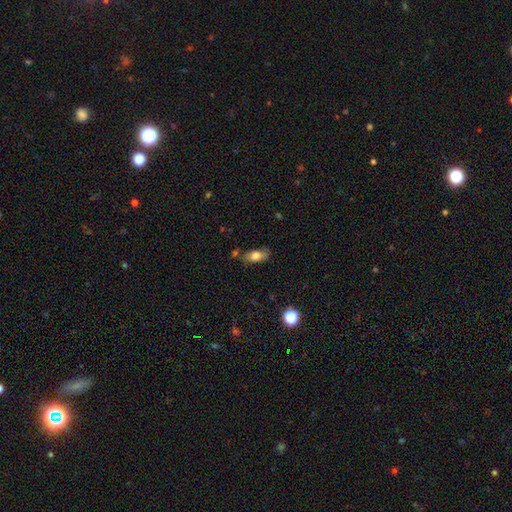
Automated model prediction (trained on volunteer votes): Q: Smooth or featured?
A: smooth (72%); runner-up: featured or disk (19%)
Q: How rounded?
A: in between (82%); runner-up: cigar-shaped (13%)
Q: Merging?
A: none (67%); runner-up: minor disturbance (22%)